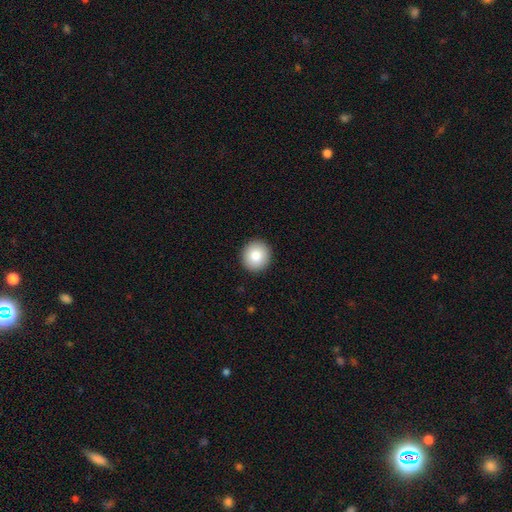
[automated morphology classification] Smooth or featured?
  - smooth: 84% *
  - star or artifact: 8%
  - featured or disk: 8%
How rounded?
  - round: 92% *
  - in between: 7%
  - cigar-shaped: 1%
Merging?
  - none: 93% *
  - minor disturbance: 5%
  - major disturbance: 1%
  - merger: 1%